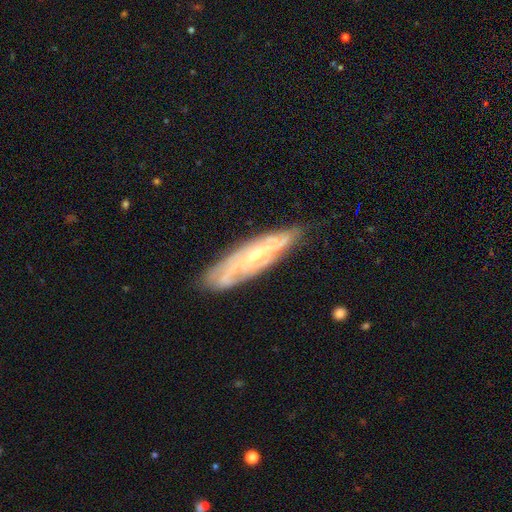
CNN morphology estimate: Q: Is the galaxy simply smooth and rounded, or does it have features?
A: featured or disk — 78%.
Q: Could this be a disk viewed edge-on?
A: no — 69%.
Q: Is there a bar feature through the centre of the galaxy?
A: no — 55%.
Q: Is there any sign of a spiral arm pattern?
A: yes — 89%.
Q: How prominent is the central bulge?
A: small — 66%.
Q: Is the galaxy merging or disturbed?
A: none — 76%.